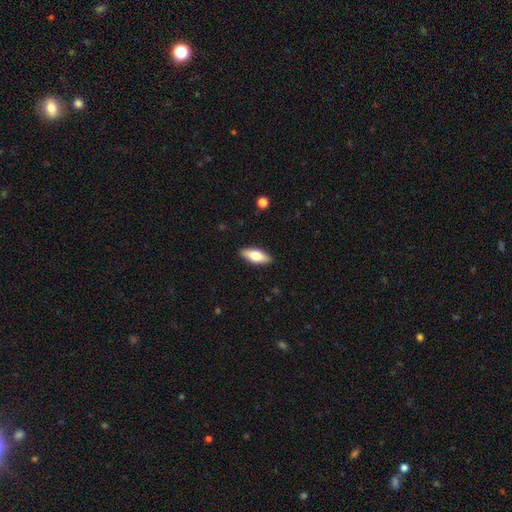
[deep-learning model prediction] Overall: smooth (66%; featured or disk 28%). How rounded: in between (76%). Merging: none (89%).